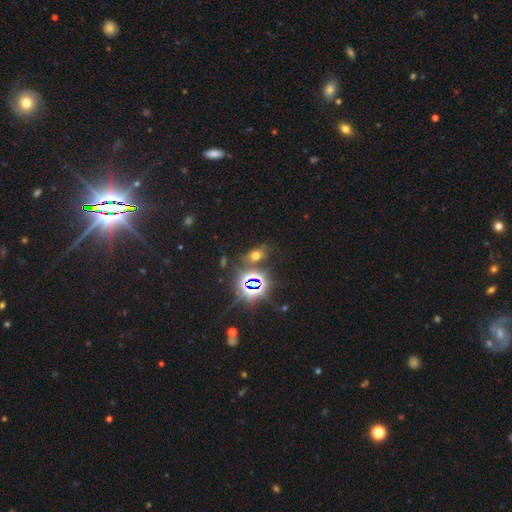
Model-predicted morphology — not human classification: Smooth or featured? Predicted: star or artifact (p=0.46).